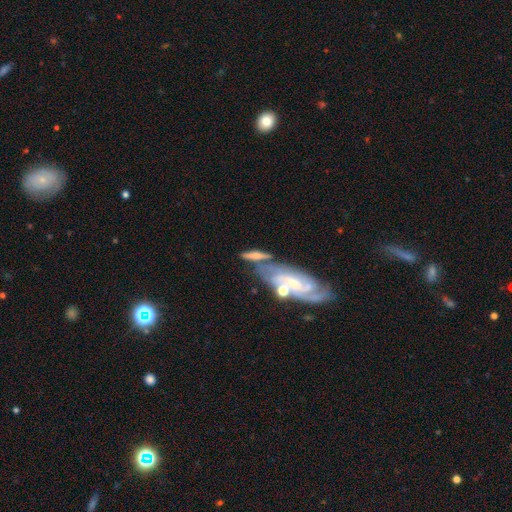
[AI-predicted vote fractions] Smooth or featured: featured or disk — 49% (smooth — 42%)
Merging: none — 36% (merger — 35%)